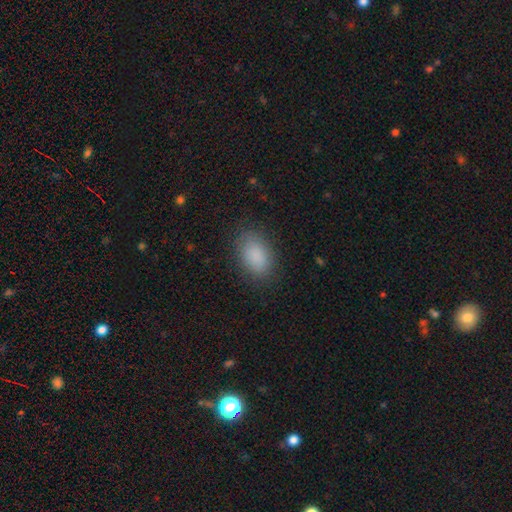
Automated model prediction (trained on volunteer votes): Smooth or featured: smooth — 88% (star or artifact — 8%)
How rounded: in between — 89% (round — 10%)
Merging: none — 84% (minor disturbance — 11%)